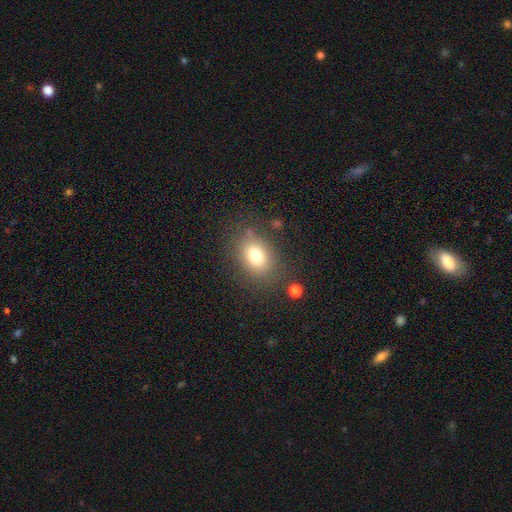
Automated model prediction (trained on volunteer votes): Smooth or featured?
  - smooth: 75% *
  - star or artifact: 13%
  - featured or disk: 12%
How rounded?
  - in between: 63% *
  - round: 36%
  - cigar-shaped: 1%
Merging?
  - none: 78% *
  - minor disturbance: 13%
  - major disturbance: 6%
  - merger: 3%